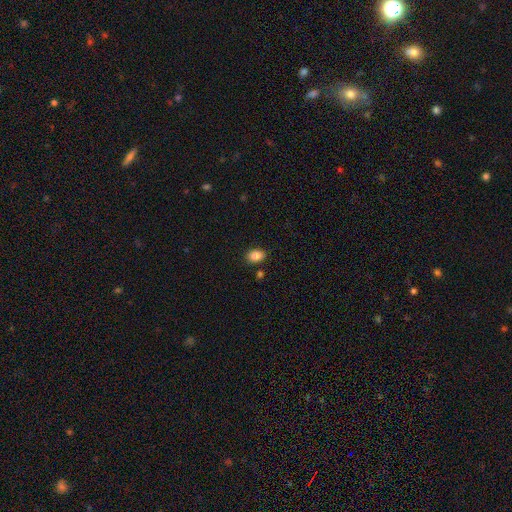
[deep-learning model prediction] A smooth galaxy with no disk features (87%) that is in between round and cigar-shaped (78%). Merging: none (84%).